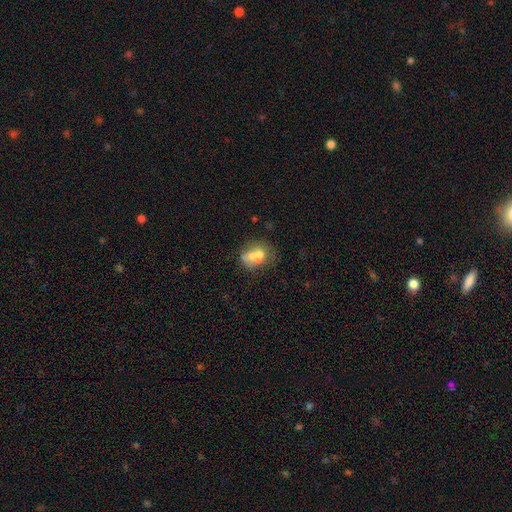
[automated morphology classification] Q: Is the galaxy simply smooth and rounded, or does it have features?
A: smooth — 57%.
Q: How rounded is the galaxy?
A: round — 50%.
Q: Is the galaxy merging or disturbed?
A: merger — 56%.